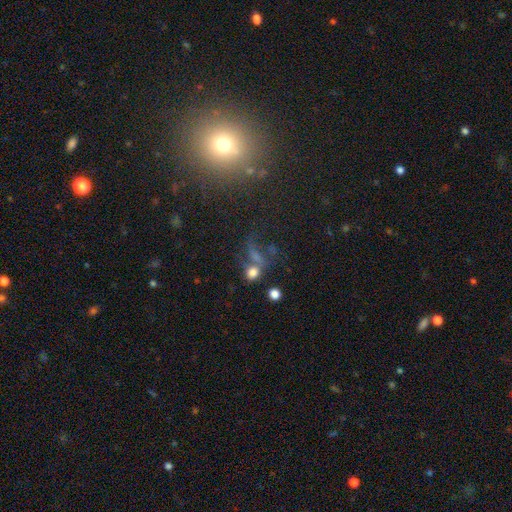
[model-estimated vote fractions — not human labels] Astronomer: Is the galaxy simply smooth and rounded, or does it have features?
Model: star or artifact — 39% (runner-up: smooth, 36%).